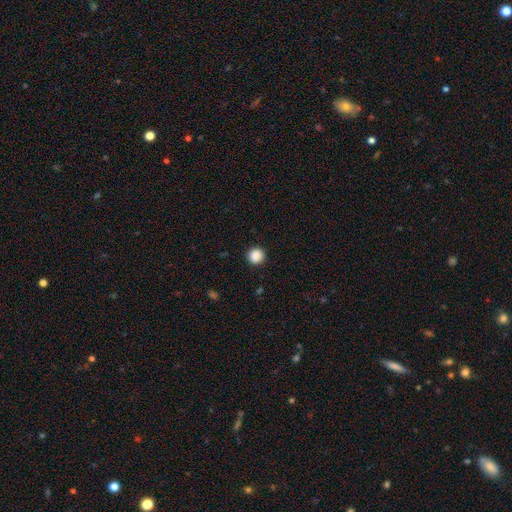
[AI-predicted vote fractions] Smooth or featured: smooth — 88% (star or artifact — 10%)
How rounded: round — 94% (in between — 5%)
Merging: none — 92% (minor disturbance — 5%)